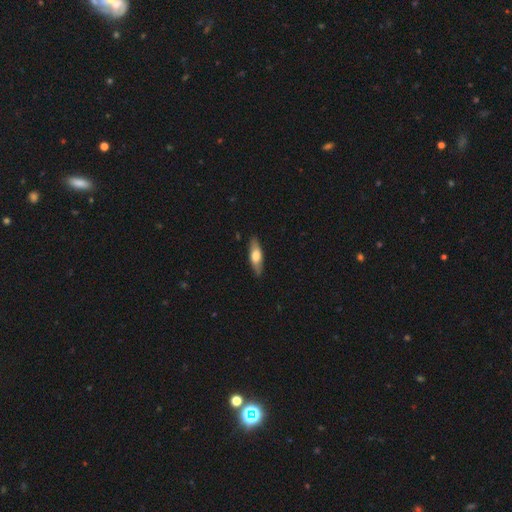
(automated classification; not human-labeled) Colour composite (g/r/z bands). It shows a smooth galaxy with no disk features (58%) that is in between round and cigar-shaped (53%). Merging: none (86%).